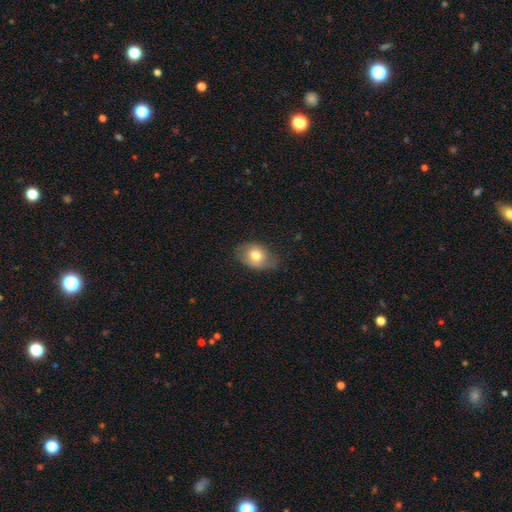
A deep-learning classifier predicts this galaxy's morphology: smooth_or_featured: smooth (p=0.74) [alt: featured or disk p=0.17]
how_rounded: in between (p=0.72) [alt: round p=0.27]
merging: none (p=0.63) [alt: minor disturbance p=0.29]